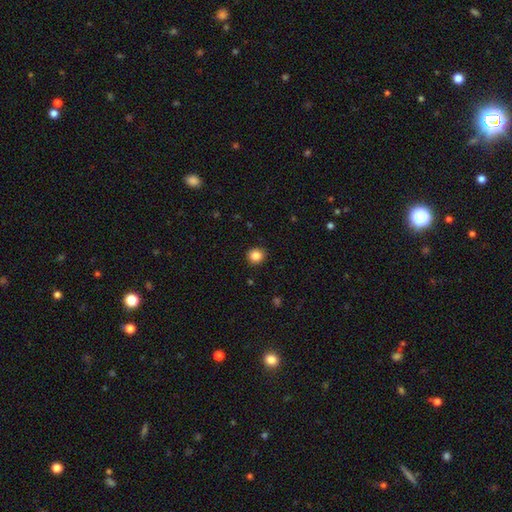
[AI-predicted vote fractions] This appears to be a smooth galaxy with no disk features (86%) that is round (88%). Merging: none (91%).